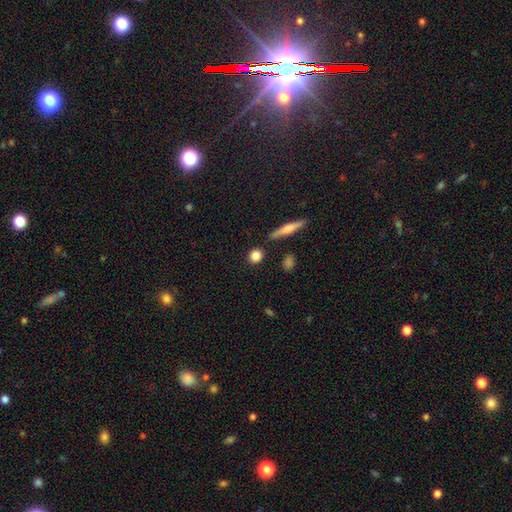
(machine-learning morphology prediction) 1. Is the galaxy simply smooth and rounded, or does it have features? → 84% smooth, 8% star or artifact, 7% featured or disk.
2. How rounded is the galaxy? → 79% round, 17% in between, 5% cigar-shaped.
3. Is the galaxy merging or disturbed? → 86% none, 8% minor disturbance, 4% merger, 2% major disturbance.